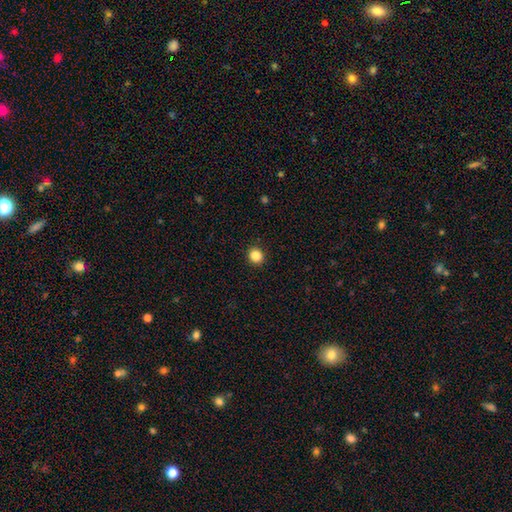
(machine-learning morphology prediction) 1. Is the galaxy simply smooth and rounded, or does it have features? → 86% smooth, 11% star or artifact, 4% featured or disk.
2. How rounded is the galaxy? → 88% round, 11% in between, 1% cigar-shaped.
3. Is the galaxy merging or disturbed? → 93% none, 5% minor disturbance, 2% major disturbance, 1% merger.